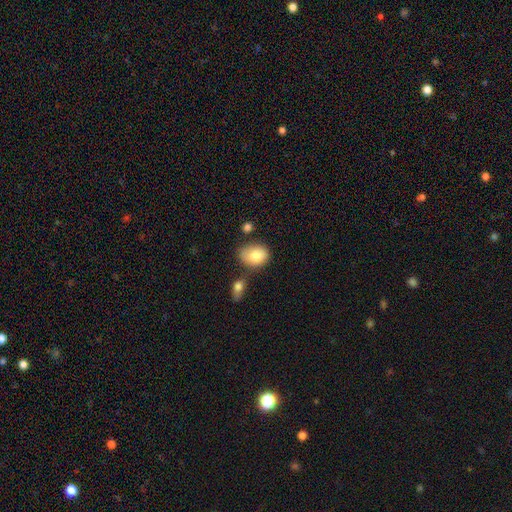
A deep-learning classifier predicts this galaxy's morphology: Q: Smooth or featured?
A: smooth (82%); runner-up: featured or disk (11%)
Q: How rounded?
A: in between (67%); runner-up: round (32%)
Q: Merging?
A: none (52%); runner-up: minor disturbance (27%)